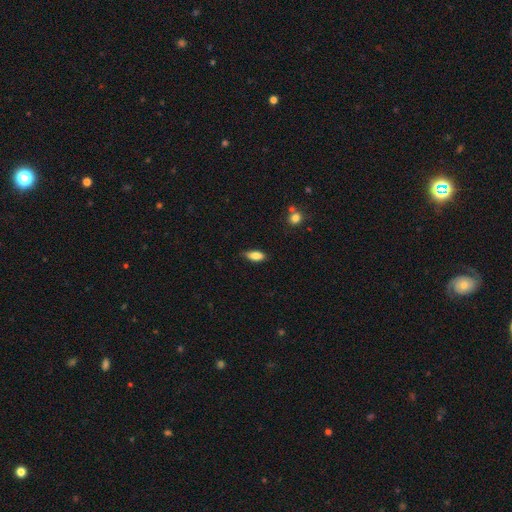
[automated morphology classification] Smooth or featured?
  - smooth: 82% *
  - featured or disk: 11%
  - star or artifact: 7%
How rounded?
  - in between: 82% *
  - cigar-shaped: 16%
  - round: 3%
Merging?
  - none: 76% *
  - minor disturbance: 19%
  - major disturbance: 3%
  - merger: 1%